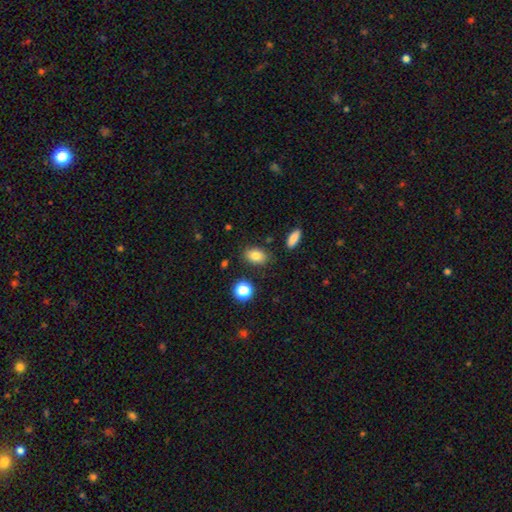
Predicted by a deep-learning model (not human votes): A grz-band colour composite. It shows a smooth galaxy with no disk features (81%) that is in between round and cigar-shaped (82%). Merging: none (84%).